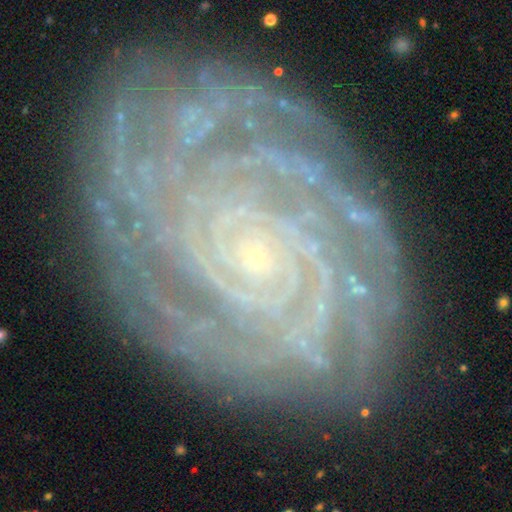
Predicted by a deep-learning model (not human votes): Smooth or featured: featured or disk — 90% (star or artifact — 6%)
Edge-on disk: no — 97% (yes — 3%)
Bar: no — 78% (weak — 14%)
Spiral arms: yes — 98% (no — 2%)
Spiral winding: tight — 85% (medium — 12%)
Spiral arm count: more than 4 — 21% (2 — 19%)
Bulge size: small — 88% (moderate — 7%)
Merging: none — 76% (minor disturbance — 16%)